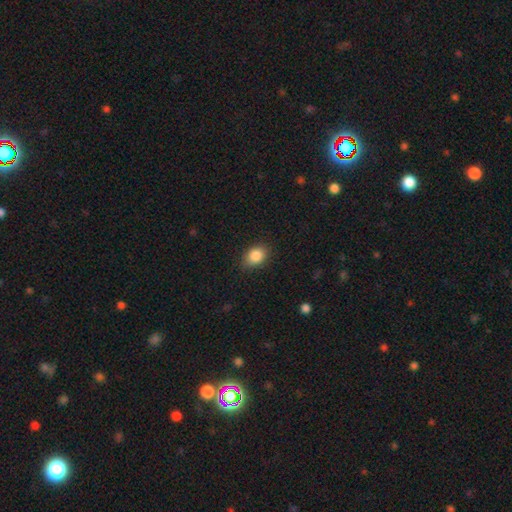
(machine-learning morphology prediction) A smooth galaxy with no disk features (86%) that is in between round and cigar-shaped (67%).

Vote fractions:
- Smooth or featured? smooth: 86% / star or artifact: 9% / featured or disk: 5%
- How rounded? in between: 67% / round: 32% / cigar-shaped: 1%
- Merging? none: 82% / minor disturbance: 14% / major disturbance: 3% / merger: 1%